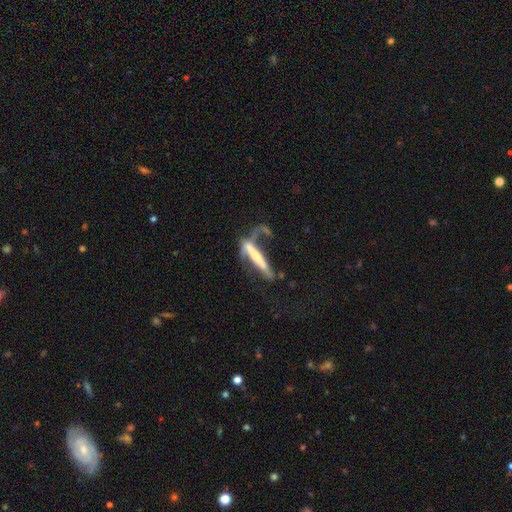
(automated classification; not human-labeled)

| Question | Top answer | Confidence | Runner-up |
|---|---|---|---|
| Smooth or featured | featured or disk | 55% | smooth (37%) |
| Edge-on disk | yes | 71% | no (29%) |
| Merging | major disturbance | 41% | none (26%) |